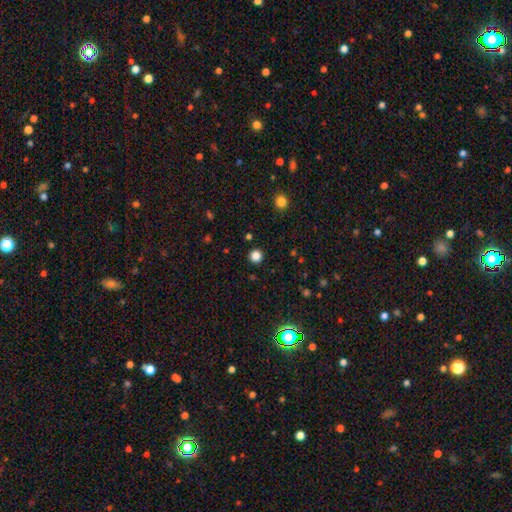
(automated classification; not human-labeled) A smooth galaxy with no disk features (83%) that is round (95%). Merging: none (93%).